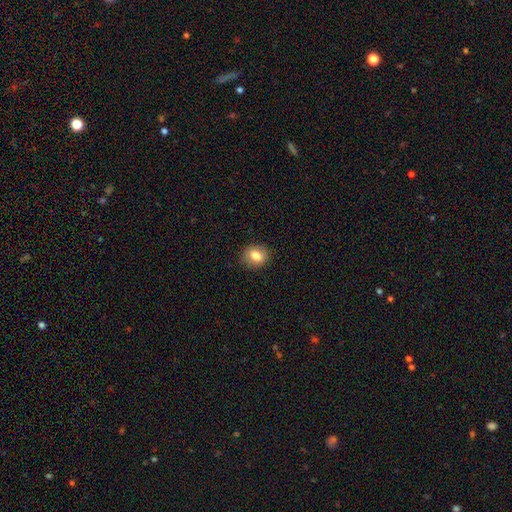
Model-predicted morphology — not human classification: type=smooth (81%); roundness=round (63%); merging=none (86%).